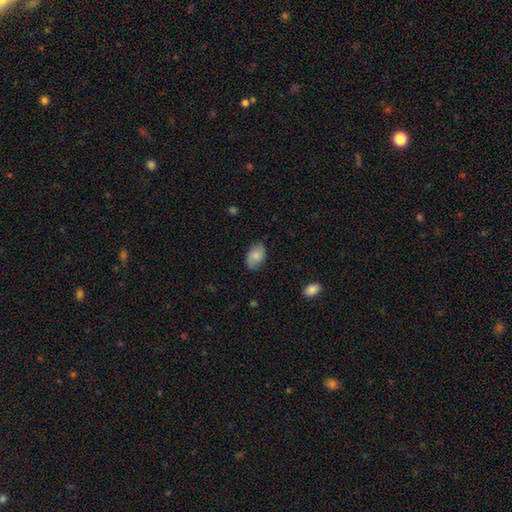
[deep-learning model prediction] Smooth or featured? smooth (67%)
How rounded? in between (91%)
Merging? none (80%)